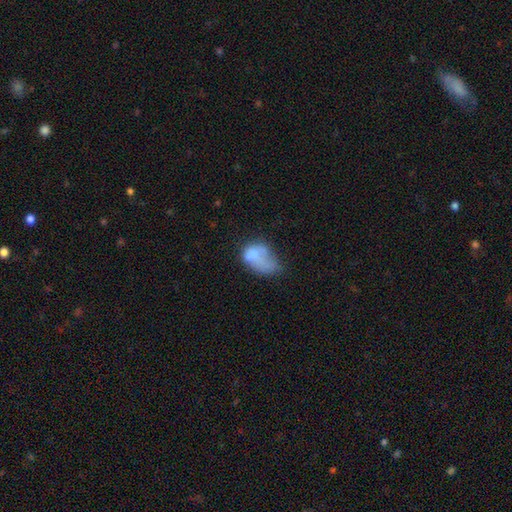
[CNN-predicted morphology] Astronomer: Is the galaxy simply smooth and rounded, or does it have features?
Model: smooth — 65%.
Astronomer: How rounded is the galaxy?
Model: in between — 85%.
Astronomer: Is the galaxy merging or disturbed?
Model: major disturbance — 41% (runner-up: minor disturbance, 28%).